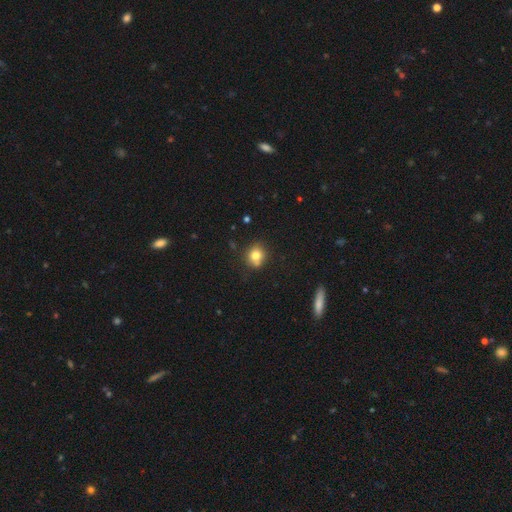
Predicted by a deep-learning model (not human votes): This is likely a smooth galaxy (77%). How rounded: likely round (79%). Merging: likely none (69%).